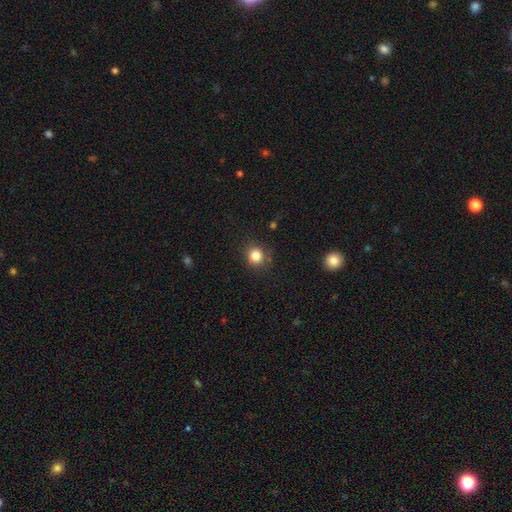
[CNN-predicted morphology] Smooth or featured? smooth (83%)
How rounded? round (86%)
Merging? none (84%)